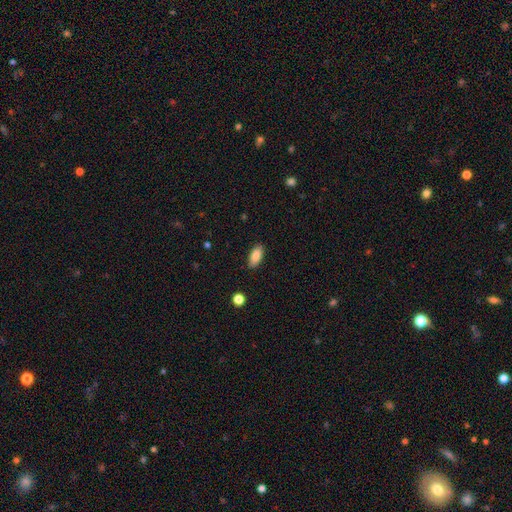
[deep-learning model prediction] Overall: smooth (87%). How rounded: in between (89%). Merging: none (87%).